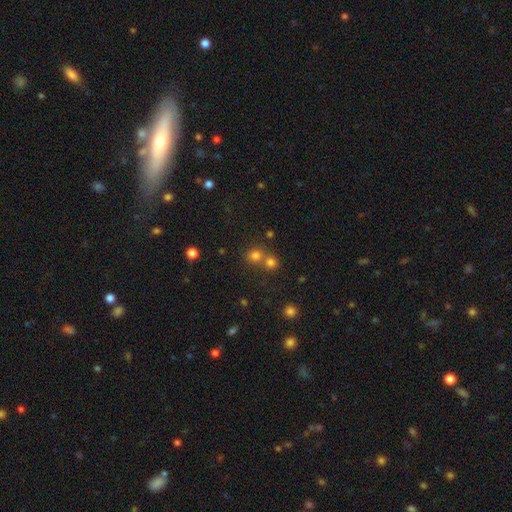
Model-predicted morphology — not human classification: The model was most divided on "merging": none: 53%, merger: 39%, minor disturbance: 6%, major disturbance: 2%. More confident: how rounded — round (85%); smooth or featured — smooth (75%).